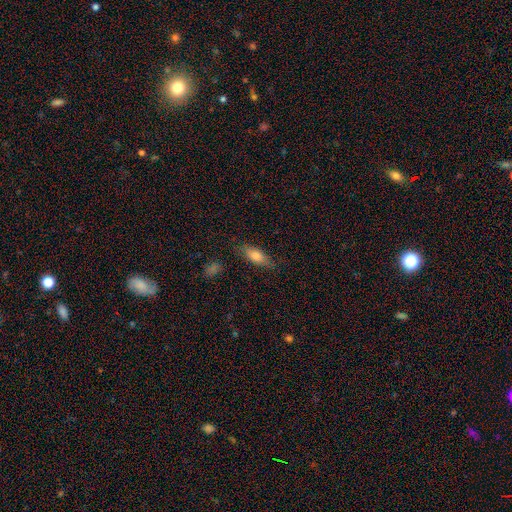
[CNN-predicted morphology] Smooth or featured?
  - smooth: 75% *
  - featured or disk: 18%
  - star or artifact: 8%
How rounded?
  - in between: 65% *
  - cigar-shaped: 32%
  - round: 3%
Merging?
  - none: 80% *
  - minor disturbance: 15%
  - major disturbance: 4%
  - merger: 2%